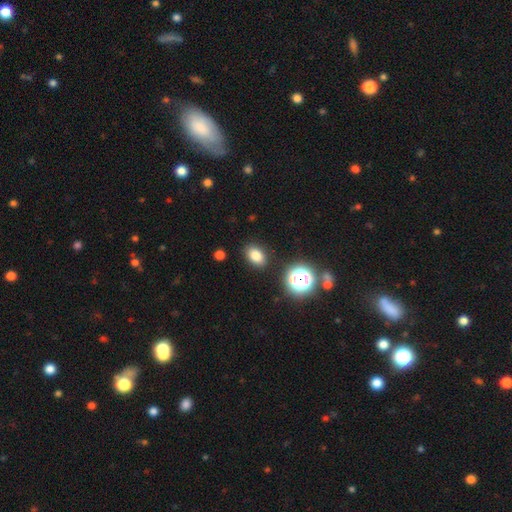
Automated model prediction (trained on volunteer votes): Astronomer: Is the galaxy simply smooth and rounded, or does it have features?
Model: smooth — 79%.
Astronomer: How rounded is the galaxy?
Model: in between — 77%.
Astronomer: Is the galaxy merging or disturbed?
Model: none — 87%.